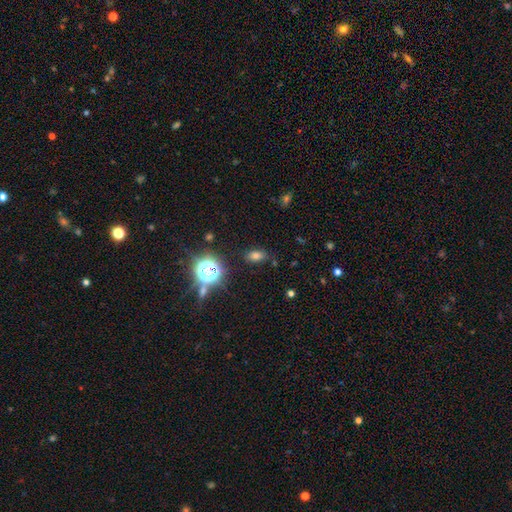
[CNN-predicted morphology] A smooth galaxy with no disk features (67%) that is in between round and cigar-shaped (82%).

Vote fractions:
- Smooth or featured? smooth: 67% / star or artifact: 26% / featured or disk: 7%
- How rounded? in between: 82% / round: 14% / cigar-shaped: 3%
- Merging? none: 82% / minor disturbance: 12% / major disturbance: 4% / merger: 3%